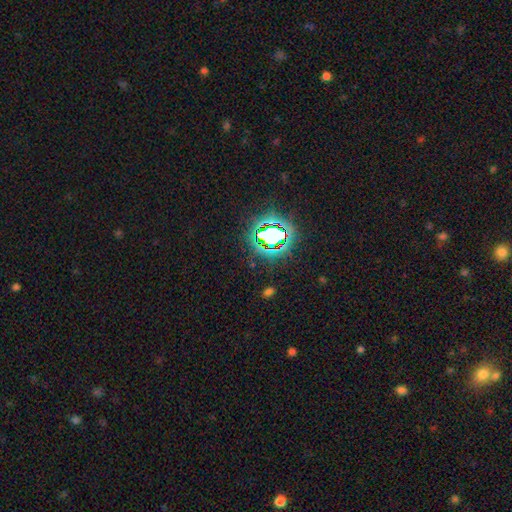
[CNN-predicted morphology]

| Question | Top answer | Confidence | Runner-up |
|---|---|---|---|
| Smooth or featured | star or artifact | 81% | smooth (11%) |